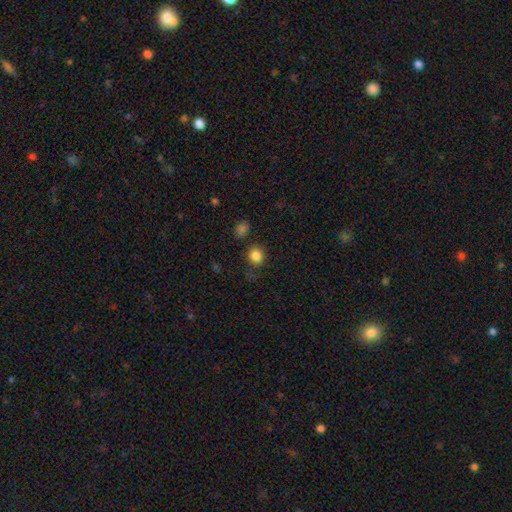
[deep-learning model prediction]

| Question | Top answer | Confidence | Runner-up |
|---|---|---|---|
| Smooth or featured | smooth | 84% | star or artifact (12%) |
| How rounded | round | 88% | in between (11%) |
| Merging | none | 82% | minor disturbance (11%) |